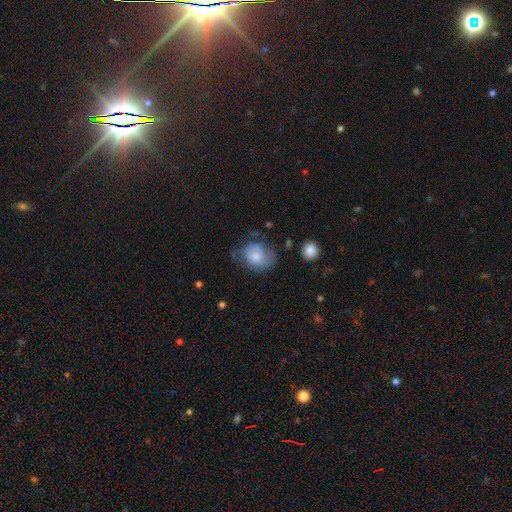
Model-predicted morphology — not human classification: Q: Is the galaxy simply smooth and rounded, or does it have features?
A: smooth — 76%.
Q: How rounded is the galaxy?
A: in between — 55%.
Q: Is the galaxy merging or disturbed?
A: none — 45%.